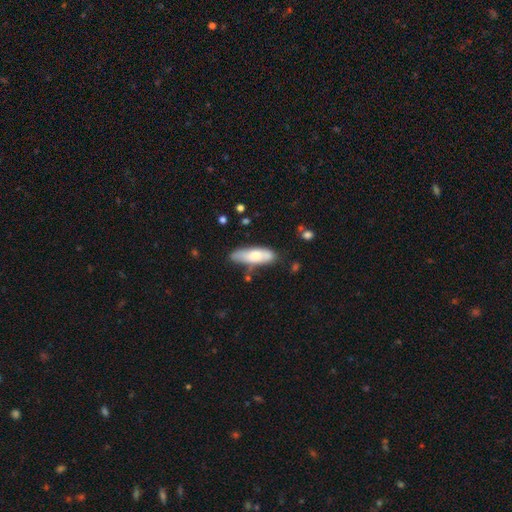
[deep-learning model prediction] smooth_or_featured: smooth (p=0.68) [alt: featured or disk p=0.26]
how_rounded: in between (p=0.54) [alt: cigar-shaped p=0.45]
merging: none (p=0.65) [alt: minor disturbance p=0.23]